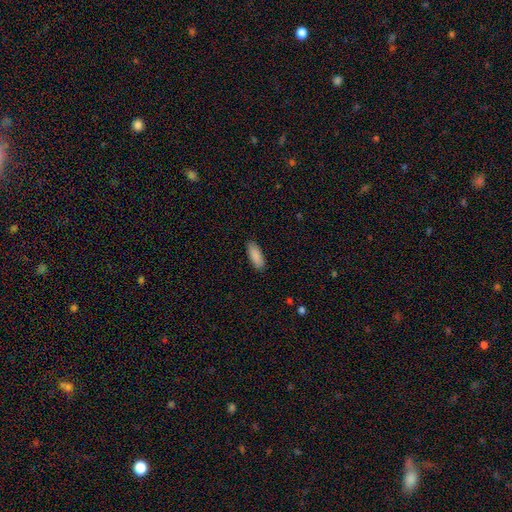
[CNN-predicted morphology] A smooth galaxy with no disk features (90%) that is in between round and cigar-shaped (75%). Merging: none (89%).